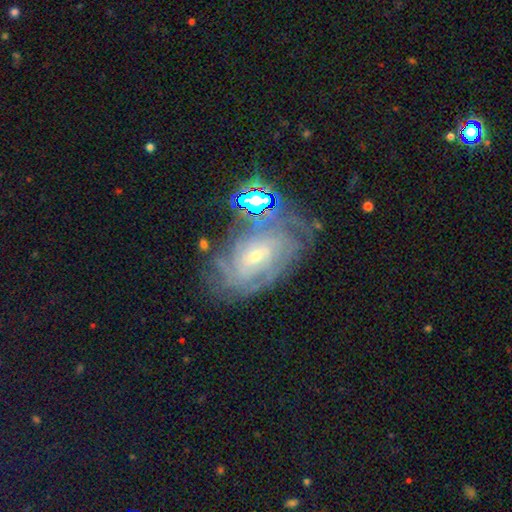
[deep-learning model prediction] Morphology: type=featured or disk (81%); edge-on=no (95%); bar=no (49%); spiral arms=yes (94%); winding=tight (73%); arm count=can't tell (44%); bulge=small (70%); merging=none (63%).